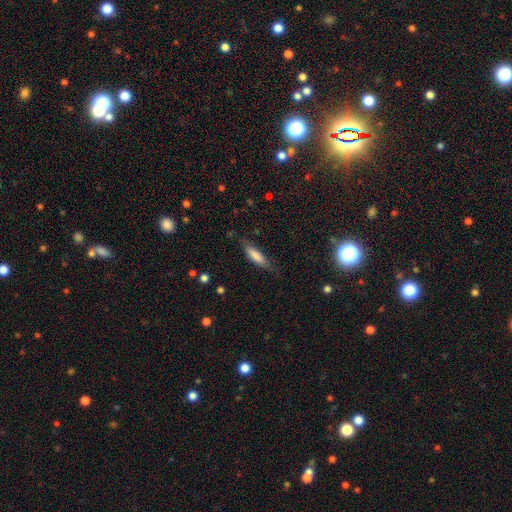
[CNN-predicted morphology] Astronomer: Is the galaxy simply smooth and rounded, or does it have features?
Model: smooth — 75%.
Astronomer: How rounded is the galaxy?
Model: cigar-shaped — 65%.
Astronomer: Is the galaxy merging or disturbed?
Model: none — 74%.